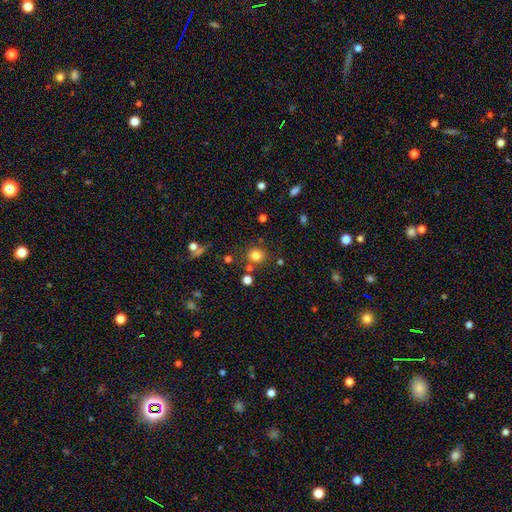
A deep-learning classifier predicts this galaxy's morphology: The model was most divided on "smooth or featured": smooth: 79%, star or artifact: 14%, featured or disk: 7%. More confident: how rounded — round (83%); merging — none (77%).